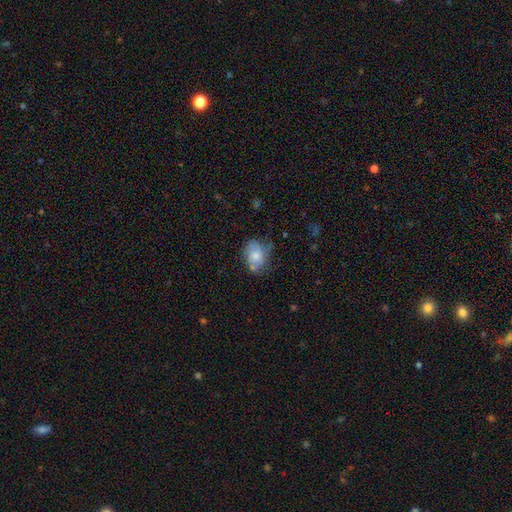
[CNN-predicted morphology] Smooth or featured? Predicted: smooth (p=0.67). How rounded? Predicted: in between (p=0.68). Merging? Predicted: none (p=0.48).